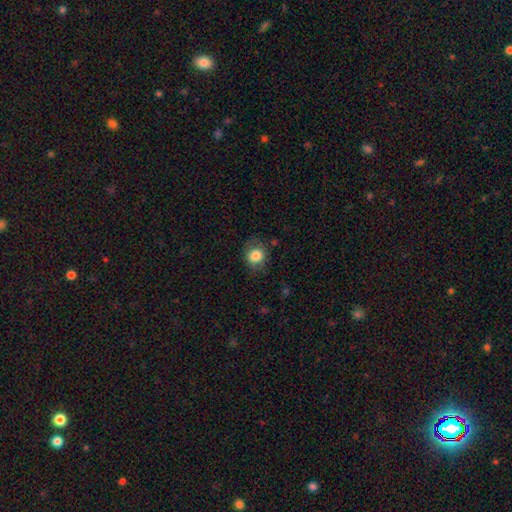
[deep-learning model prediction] Smooth or featured? smooth (83%)
How rounded? round (77%)
Merging? none (77%)